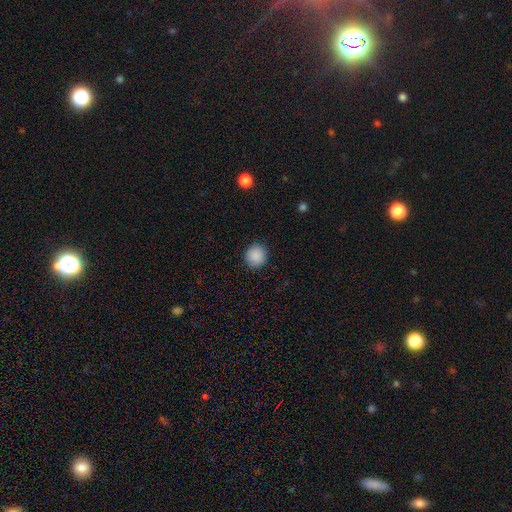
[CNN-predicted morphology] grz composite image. It shows a smooth galaxy with no disk features (89%) that is round (91%). Merging: none (91%).